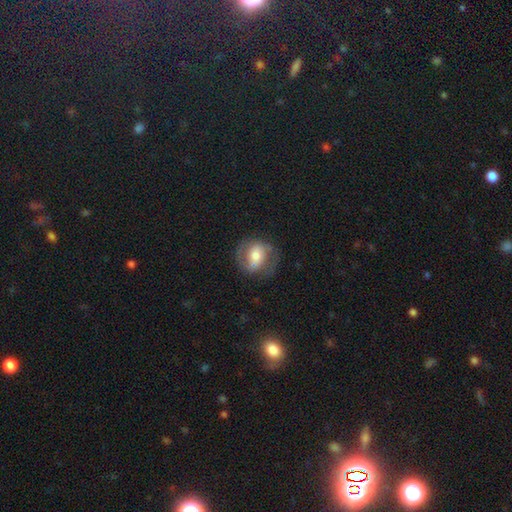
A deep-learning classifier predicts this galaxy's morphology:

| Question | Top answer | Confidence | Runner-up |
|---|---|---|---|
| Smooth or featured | featured or disk | 49% | smooth (44%) |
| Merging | none | 64% | minor disturbance (21%) |